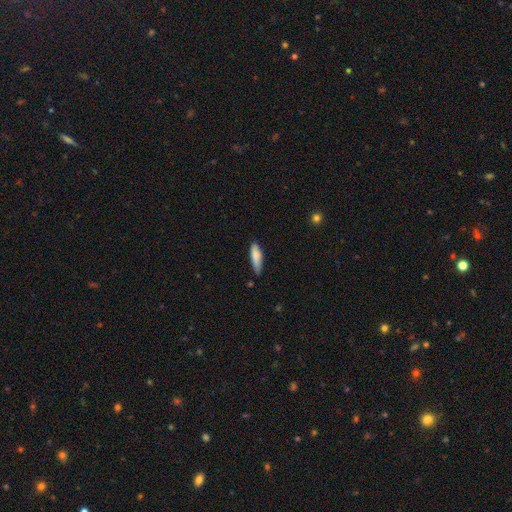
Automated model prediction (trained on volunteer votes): This appears to be a smooth galaxy with no disk features (80%) that is cigar-shaped (61%). Merging: none (69%).